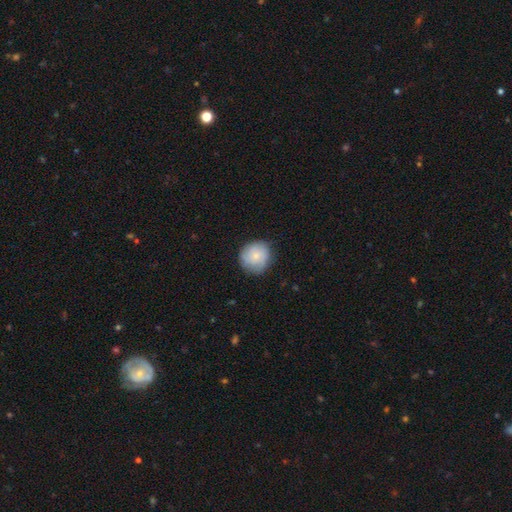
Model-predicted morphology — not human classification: A smooth galaxy with no disk features (71%) that is round (89%).

Vote fractions:
- Smooth or featured? smooth: 71% / featured or disk: 22% / star or artifact: 7%
- How rounded? round: 89% / in between: 10% / cigar-shaped: 1%
- Merging? none: 80% / minor disturbance: 15% / major disturbance: 4% / merger: 1%